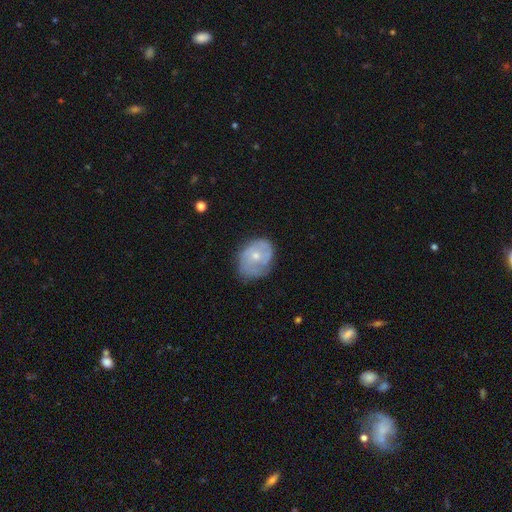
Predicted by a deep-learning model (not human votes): Smooth or featured? Predicted: featured or disk (p=0.57). Edge-on disk? Predicted: no (p=0.97). Bar? Predicted: no (p=0.79). Spiral arms? Predicted: yes (p=0.67). Bulge size? Predicted: small (p=0.53). Merging? Predicted: none (p=0.58).